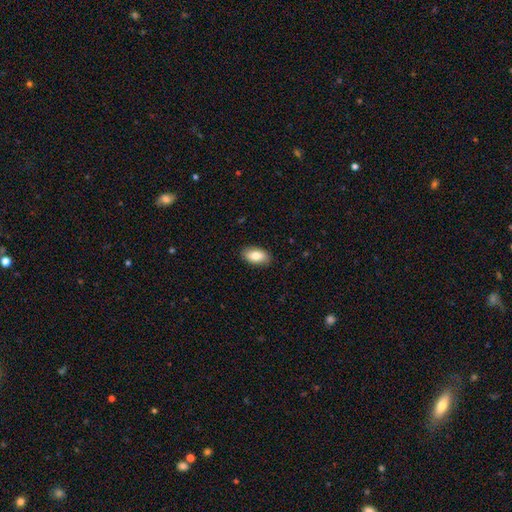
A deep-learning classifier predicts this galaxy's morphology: smooth_or_featured: smooth (p=0.84) [alt: featured or disk p=0.10]
how_rounded: in between (p=0.93) [alt: round p=0.04]
merging: none (p=0.89) [alt: minor disturbance p=0.08]